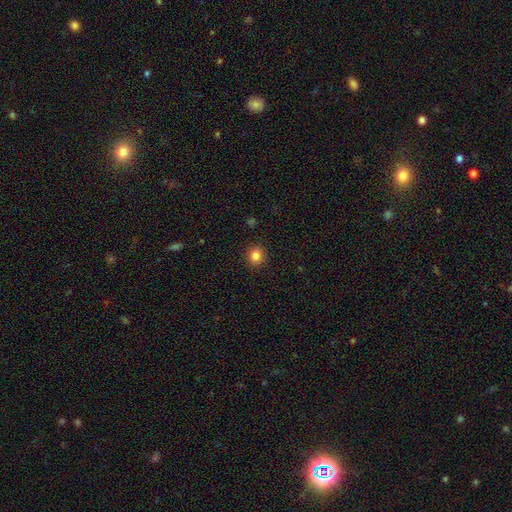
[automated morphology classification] Q: Smooth or featured?
A: smooth (83%); runner-up: star or artifact (12%)
Q: How rounded?
A: round (87%); runner-up: in between (12%)
Q: Merging?
A: none (91%); runner-up: minor disturbance (6%)